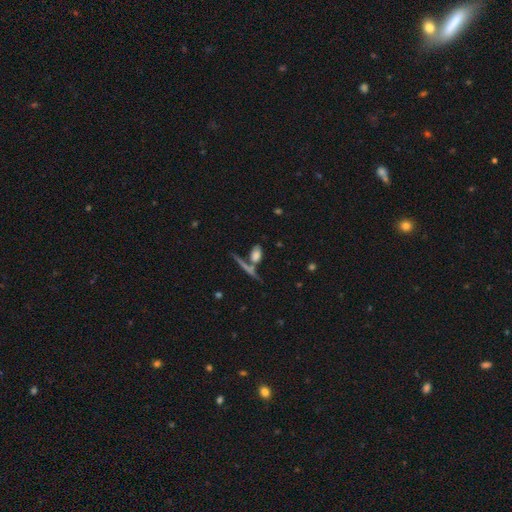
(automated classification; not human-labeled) Q: Smooth or featured?
A: smooth (70%); runner-up: featured or disk (19%)
Q: How rounded?
A: in between (63%); runner-up: cigar-shaped (23%)
Q: Merging?
A: none (53%); runner-up: merger (29%)